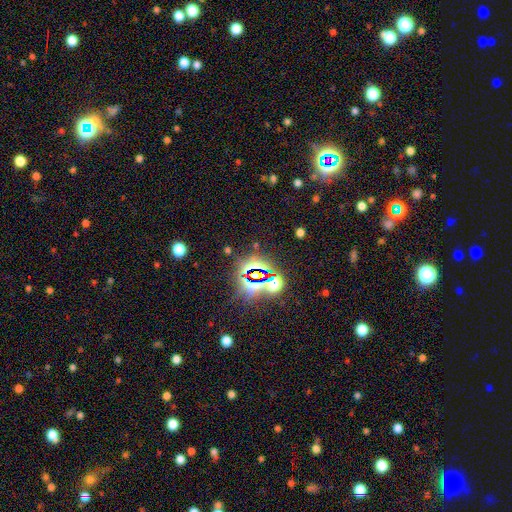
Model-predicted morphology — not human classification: Smooth or featured? star or artifact (80%)